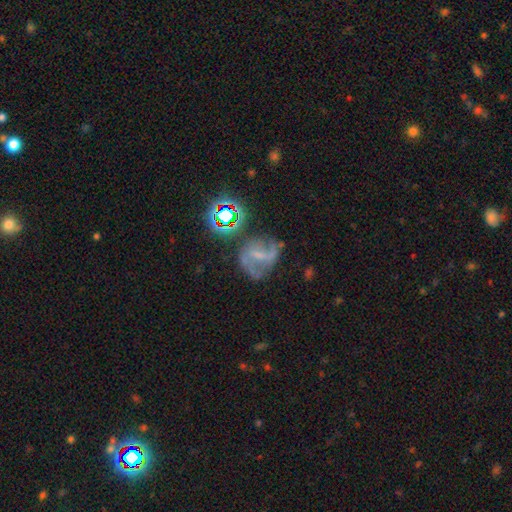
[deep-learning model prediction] smooth_or_featured: featured or disk (p=0.66) [alt: star or artifact p=0.20]
disk_edge_on: no (p=0.97) [alt: yes p=0.03]
bar: weak (p=0.45) [alt: strong p=0.29]
has_spiral_arms: yes (p=0.87) [alt: no p=0.13]
spiral_winding: medium (p=0.44) [alt: loose p=0.39]
spiral_arm_count: 2 (p=0.72) [alt: can't tell p=0.13]
bulge_size: small (p=0.56) [alt: none p=0.22]
merging: none (p=0.58) [alt: minor disturbance p=0.19]